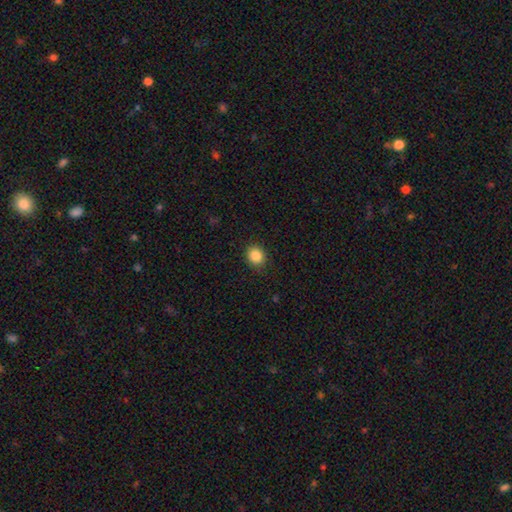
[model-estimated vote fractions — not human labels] Overall: smooth (86%). How rounded: round (75%). Merging: none (88%).